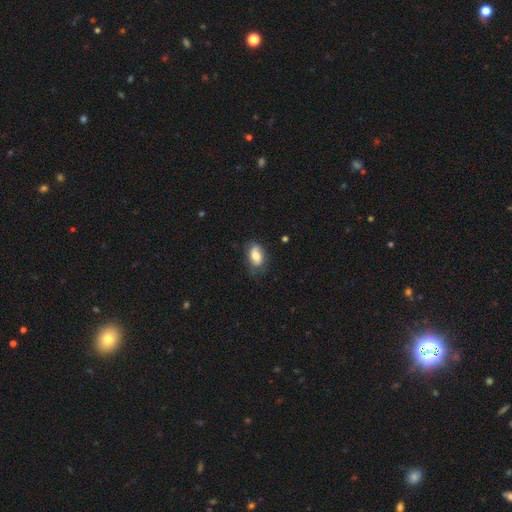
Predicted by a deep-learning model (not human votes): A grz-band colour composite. It shows a smooth galaxy with no disk features (75%) that is in between round and cigar-shaped (90%). Merging: none (63%).